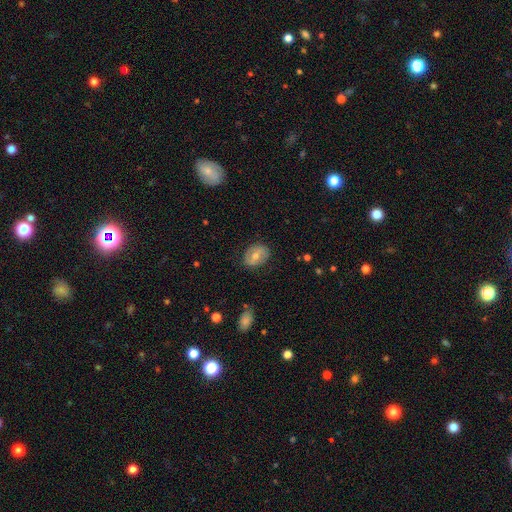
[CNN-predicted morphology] A smooth galaxy with no disk features (54%) that is in between round and cigar-shaped (62%).

Vote fractions:
- Smooth or featured? smooth: 54% / featured or disk: 38% / star or artifact: 7%
- How rounded? in between: 62% / round: 37% / cigar-shaped: 1%
- Merging? none: 80% / minor disturbance: 15% / major disturbance: 4% / merger: 1%